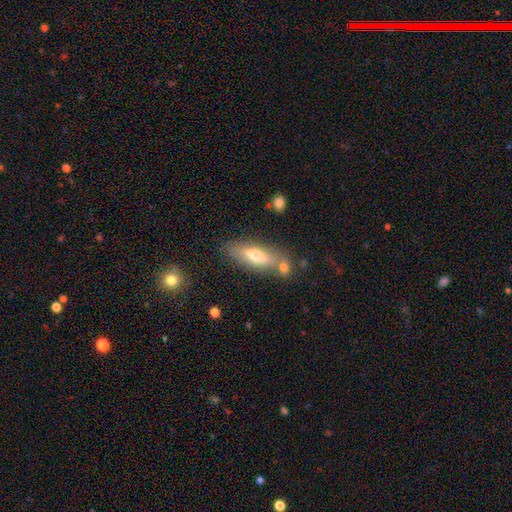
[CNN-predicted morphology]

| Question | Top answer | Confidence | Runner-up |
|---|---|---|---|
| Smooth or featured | smooth | 59% | featured or disk (33%) |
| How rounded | cigar-shaped | 50% | in between (48%) |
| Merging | none | 71% | minor disturbance (14%) |